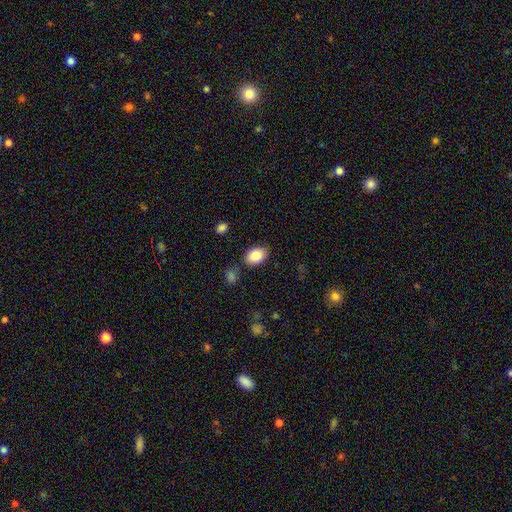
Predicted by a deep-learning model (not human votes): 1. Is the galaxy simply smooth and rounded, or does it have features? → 85% smooth, 8% featured or disk, 7% star or artifact.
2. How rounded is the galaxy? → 86% in between, 13% round, 1% cigar-shaped.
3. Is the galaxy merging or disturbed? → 81% none, 12% minor disturbance, 4% merger, 3% major disturbance.